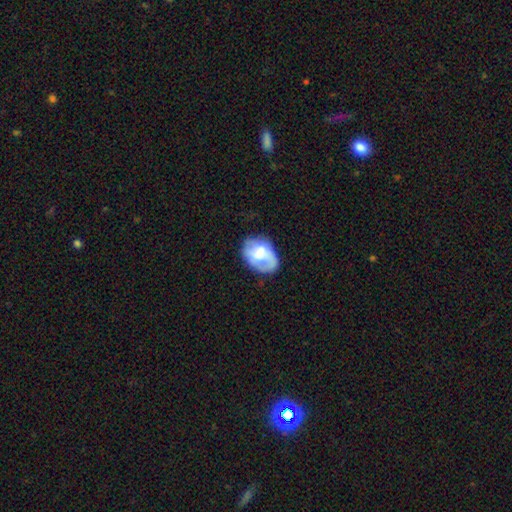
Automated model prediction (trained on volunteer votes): A smooth galaxy with no disk features (54%) that is in between round and cigar-shaped (80%).

Vote fractions:
- Smooth or featured? smooth: 54% / featured or disk: 38% / star or artifact: 8%
- How rounded? in between: 80% / round: 19% / cigar-shaped: 1%
- Merging? none: 47% / minor disturbance: 30% / major disturbance: 19% / merger: 3%